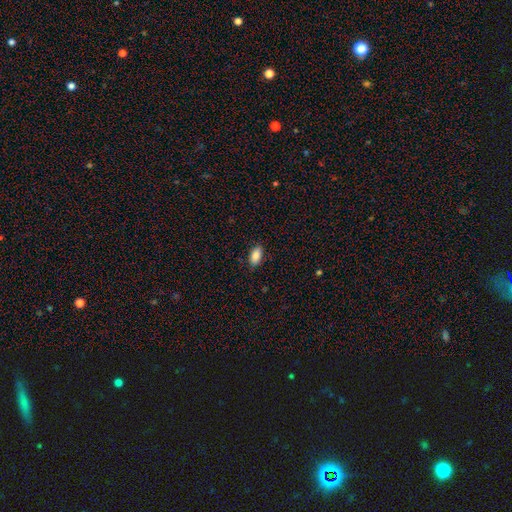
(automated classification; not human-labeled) Q: Smooth or featured?
A: smooth (88%); runner-up: star or artifact (7%)
Q: How rounded?
A: in between (91%); runner-up: cigar-shaped (6%)
Q: Merging?
A: none (86%); runner-up: minor disturbance (11%)